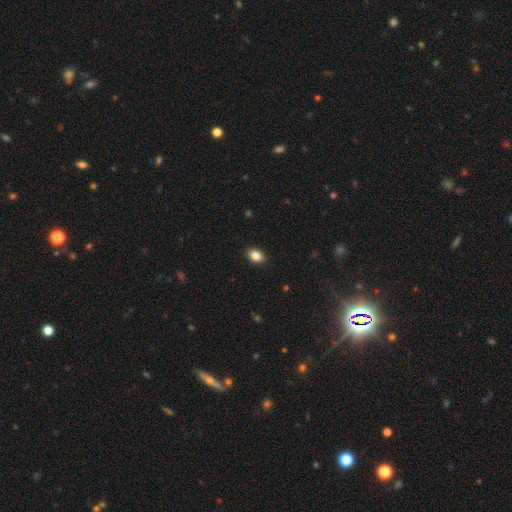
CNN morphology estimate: smooth_or_featured: smooth (p=0.85) [alt: star or artifact p=0.09]
how_rounded: in between (p=0.83) [alt: round p=0.16]
merging: none (p=0.90) [alt: minor disturbance p=0.07]